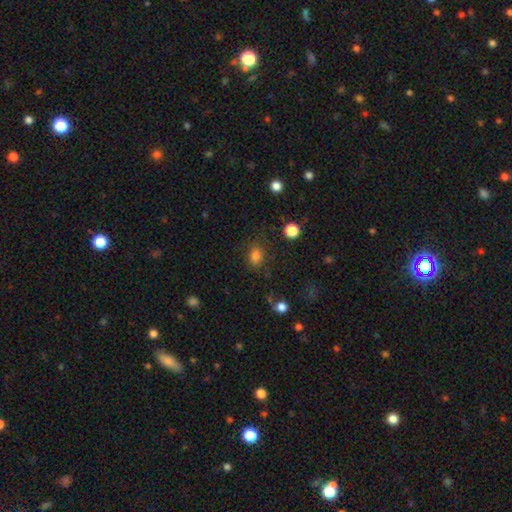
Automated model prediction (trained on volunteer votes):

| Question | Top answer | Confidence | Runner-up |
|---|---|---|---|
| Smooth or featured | smooth | 81% | star or artifact (14%) |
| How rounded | in between | 58% | round (41%) |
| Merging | none | 77% | minor disturbance (15%) |